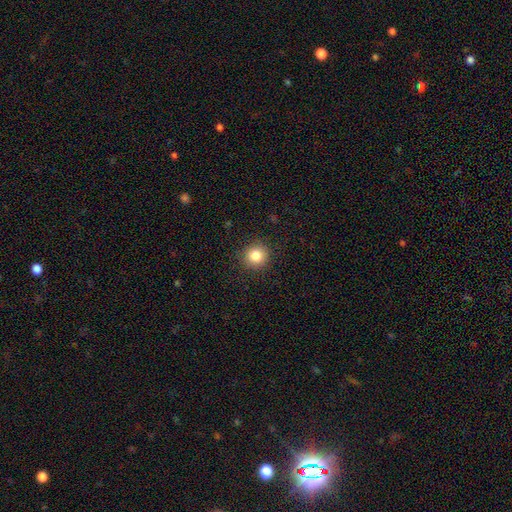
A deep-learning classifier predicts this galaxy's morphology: Smooth or featured: smooth — 83% (star or artifact — 11%)
How rounded: round — 92% (in between — 7%)
Merging: none — 91% (minor disturbance — 6%)